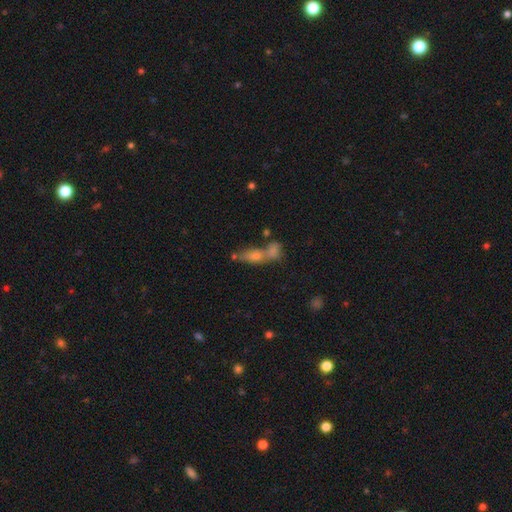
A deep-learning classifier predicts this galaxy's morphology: Smooth or featured? Predicted: smooth (p=0.56). How rounded? Predicted: in between (p=0.56). Merging? Predicted: merger (p=0.45).